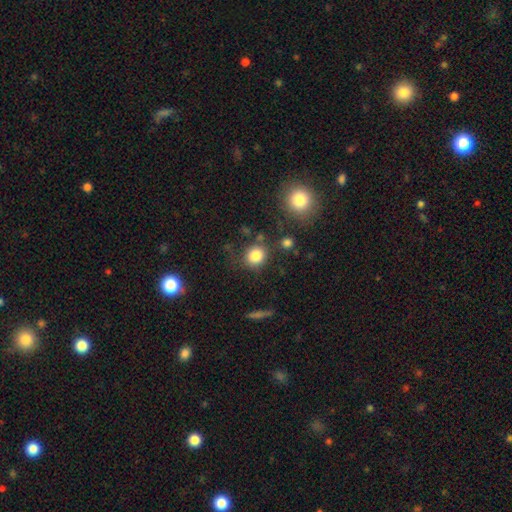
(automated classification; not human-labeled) smooth_or_featured: smooth (p=0.82) [alt: star or artifact p=0.11]
how_rounded: round (p=0.80) [alt: in between p=0.18]
merging: none (p=0.74) [alt: minor disturbance p=0.13]